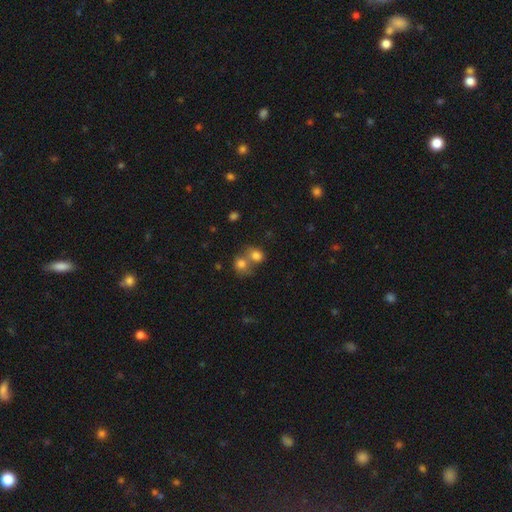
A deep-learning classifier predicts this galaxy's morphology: type=smooth (78%); roundness=round (65%); merging=merger (54%).